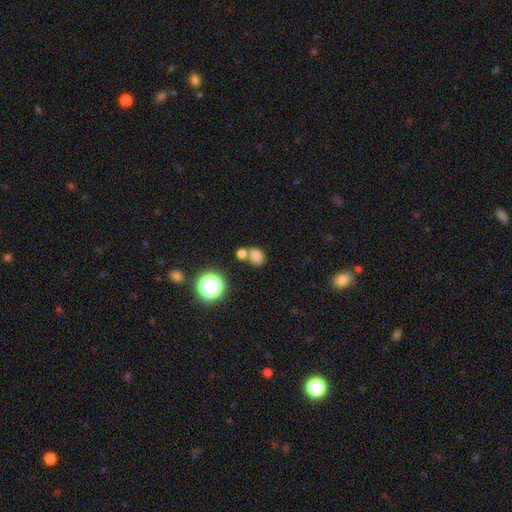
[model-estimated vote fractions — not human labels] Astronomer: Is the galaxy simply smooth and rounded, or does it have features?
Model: smooth — 77%.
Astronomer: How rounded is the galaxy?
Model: in between — 61% (runner-up: round, 38%).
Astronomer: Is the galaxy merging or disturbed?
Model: none — 52% (runner-up: merger, 30%).